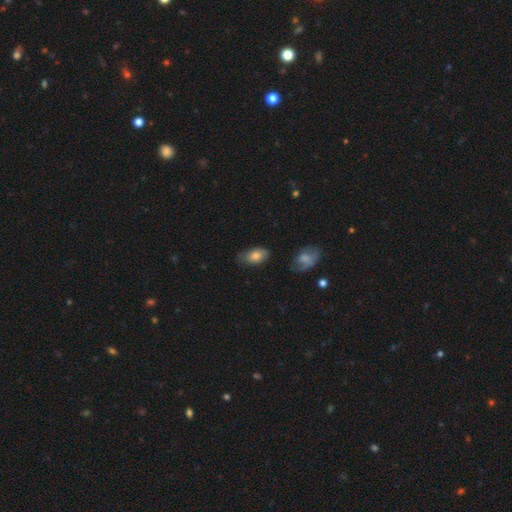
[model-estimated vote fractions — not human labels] This is likely a smooth galaxy (77%). How rounded: clearly in between (90%). Merging: likely none (65%).